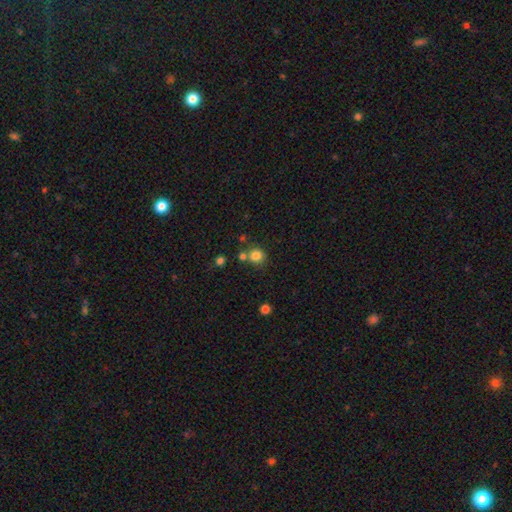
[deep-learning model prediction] Smooth or featured: smooth — 82% (star or artifact — 12%)
How rounded: round — 85% (in between — 14%)
Merging: none — 68% (merger — 18%)